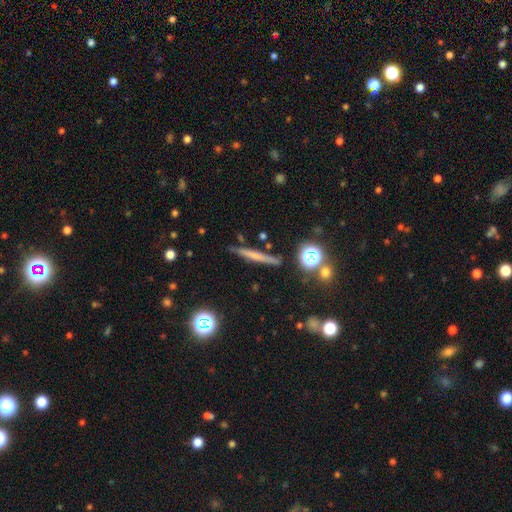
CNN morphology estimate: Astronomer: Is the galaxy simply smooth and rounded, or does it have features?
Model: smooth — 51% (runner-up: featured or disk, 39%).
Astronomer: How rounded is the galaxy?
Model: cigar-shaped — 91%.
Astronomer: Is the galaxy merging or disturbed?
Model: none — 85%.